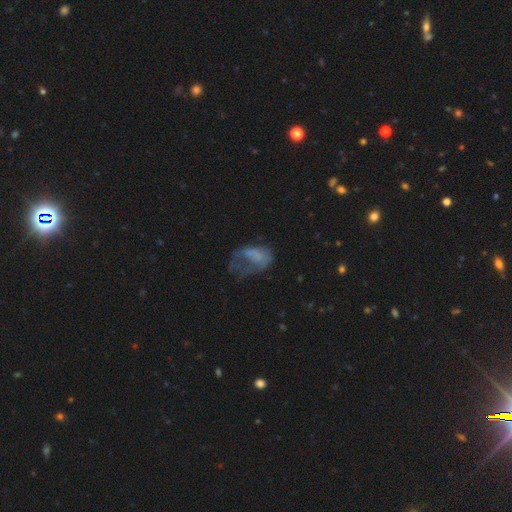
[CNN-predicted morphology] A smooth galaxy with no disk features (47%).

Vote fractions:
- Smooth or featured? smooth: 47% / featured or disk: 39% / star or artifact: 14%
- Merging? major disturbance: 53% / none: 23% / minor disturbance: 20% / merger: 5%